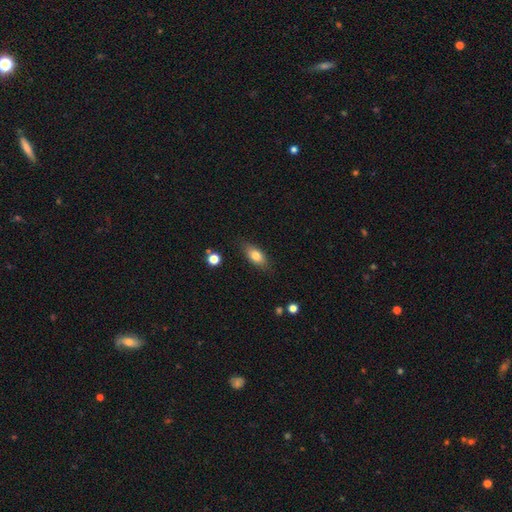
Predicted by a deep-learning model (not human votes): Overall: smooth (76%). How rounded: in between (81%). Merging: none (82%).